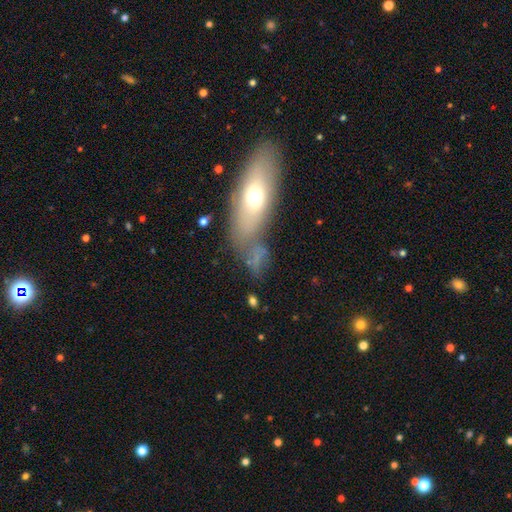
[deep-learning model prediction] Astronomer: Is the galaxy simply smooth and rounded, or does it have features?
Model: smooth — 54% (runner-up: featured or disk, 33%).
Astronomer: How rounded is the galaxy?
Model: in between — 58%.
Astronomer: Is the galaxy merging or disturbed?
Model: none — 53%.